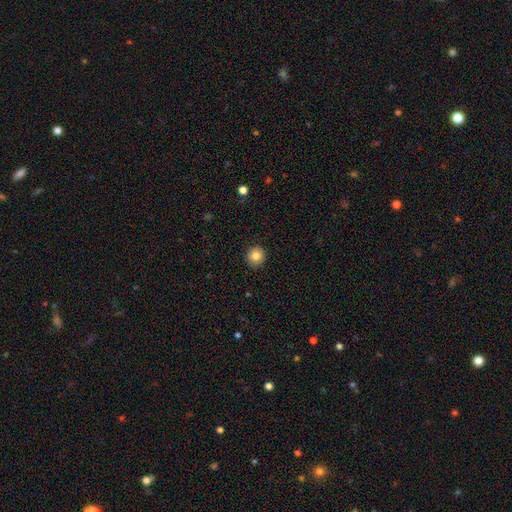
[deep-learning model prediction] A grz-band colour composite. It shows a smooth galaxy with no disk features (83%) that is round (92%). Merging: none (92%).